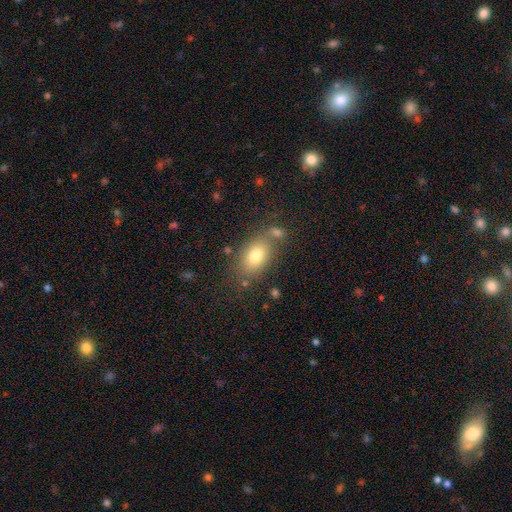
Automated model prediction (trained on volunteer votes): Q: Smooth or featured?
A: smooth (77%); runner-up: featured or disk (14%)
Q: How rounded?
A: in between (84%); runner-up: round (13%)
Q: Merging?
A: none (66%); runner-up: minor disturbance (15%)